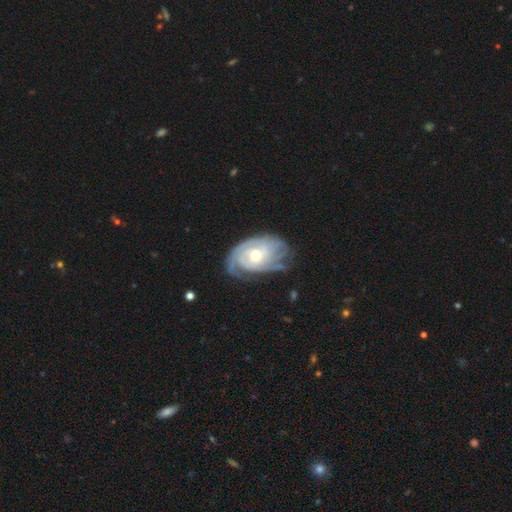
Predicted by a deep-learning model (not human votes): The model was most divided on "spiral arm count": can't tell: 31%, 3: 23%, 2: 22%, 4: 11%, 1: 7%, more than 4: 6%. More confident: edge-on disk — no (96%); spiral arms — yes (96%); smooth or featured — featured or disk (87%); spiral winding — tight (74%); bar — no (68%); merging — none (67%); bulge size — moderate (57%).